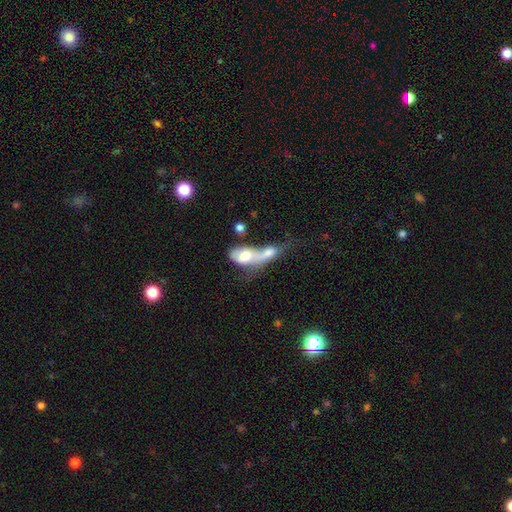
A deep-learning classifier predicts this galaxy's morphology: Smooth or featured: smooth — 47% (featured or disk — 41%)
Merging: merger — 73% (major disturbance — 12%)